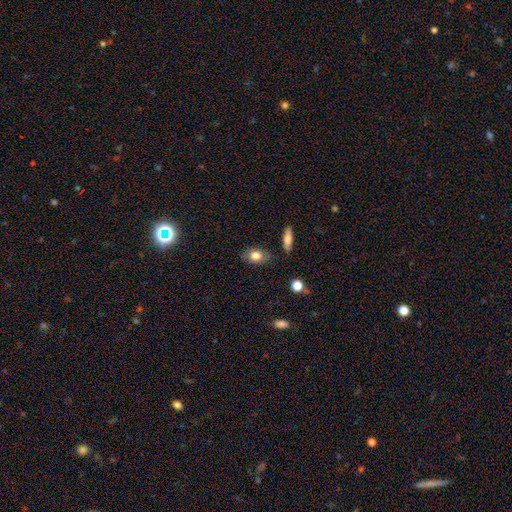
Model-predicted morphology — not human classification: The model was most divided on "how rounded": in between: 75%, round: 21%, cigar-shaped: 3%. More confident: merging — none (81%); smooth or featured — smooth (78%).